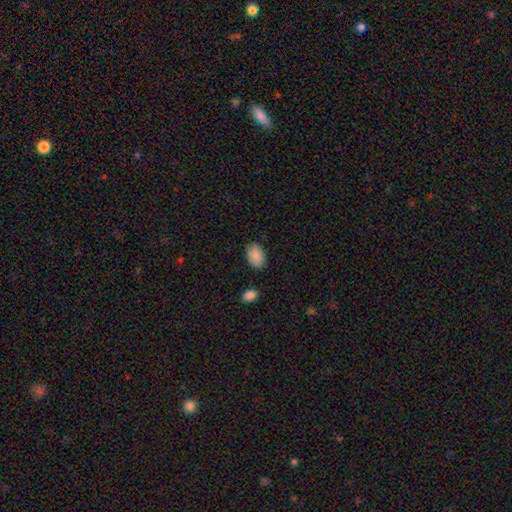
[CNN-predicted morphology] Overall: smooth (89%). How rounded: in between (89%). Merging: none (84%).